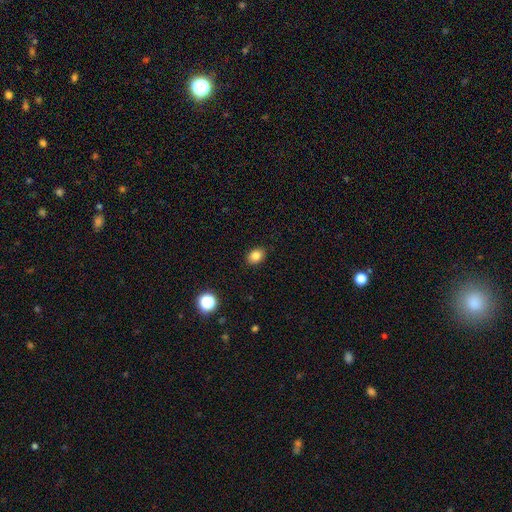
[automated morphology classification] Smooth or featured: smooth — 83% (star or artifact — 11%)
How rounded: in between — 65% (round — 34%)
Merging: none — 88% (minor disturbance — 8%)